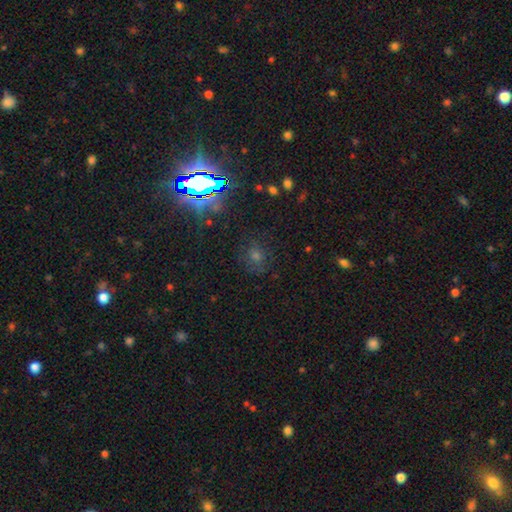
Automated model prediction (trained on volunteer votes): Smooth or featured: star or artifact — 54% (smooth — 35%)